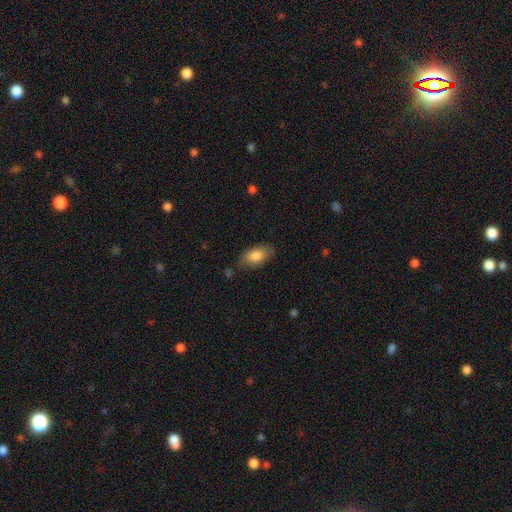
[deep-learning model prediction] Smooth or featured?
  - smooth: 84% *
  - featured or disk: 9%
  - star or artifact: 7%
How rounded?
  - in between: 91% *
  - cigar-shaped: 5%
  - round: 4%
Merging?
  - none: 79% *
  - minor disturbance: 15%
  - major disturbance: 4%
  - merger: 2%